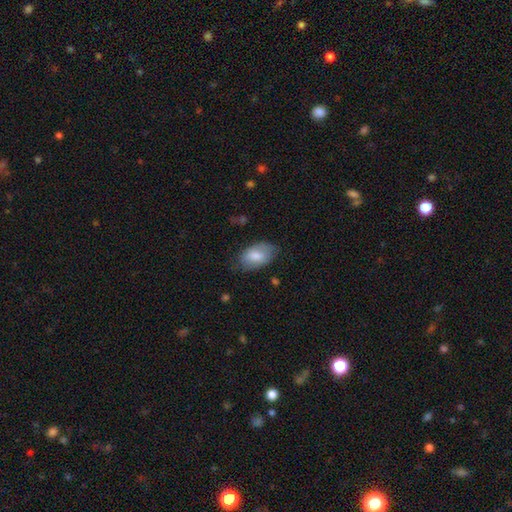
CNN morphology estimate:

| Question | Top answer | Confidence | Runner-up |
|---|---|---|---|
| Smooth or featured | smooth | 77% | featured or disk (16%) |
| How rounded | in between | 93% | round (6%) |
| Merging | none | 69% | minor disturbance (24%) |